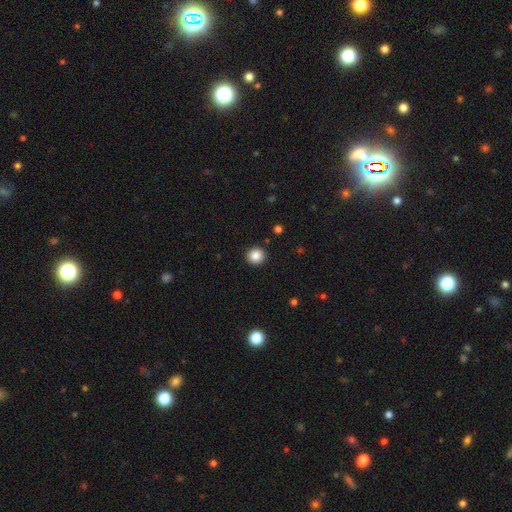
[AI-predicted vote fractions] Smooth or featured: smooth — 86% (star or artifact — 10%)
How rounded: round — 93% (in between — 6%)
Merging: none — 92% (minor disturbance — 5%)